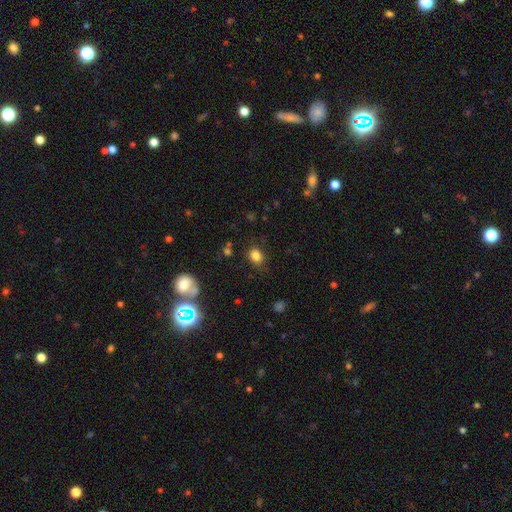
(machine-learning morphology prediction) Smooth or featured: smooth — 83% (star or artifact — 12%)
How rounded: in between — 52% (round — 47%)
Merging: none — 82% (minor disturbance — 12%)